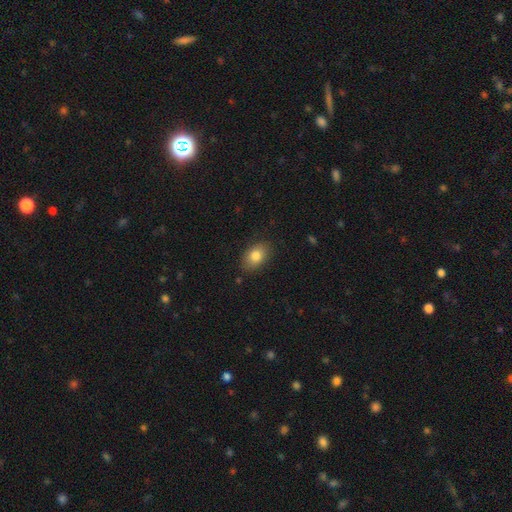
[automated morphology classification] A smooth galaxy with no disk features (83%) that is in between round and cigar-shaped (84%).

Vote fractions:
- Smooth or featured? smooth: 83% / featured or disk: 9% / star or artifact: 8%
- How rounded? in between: 84% / round: 15% / cigar-shaped: 1%
- Merging? none: 84% / minor disturbance: 12% / major disturbance: 3% / merger: 1%